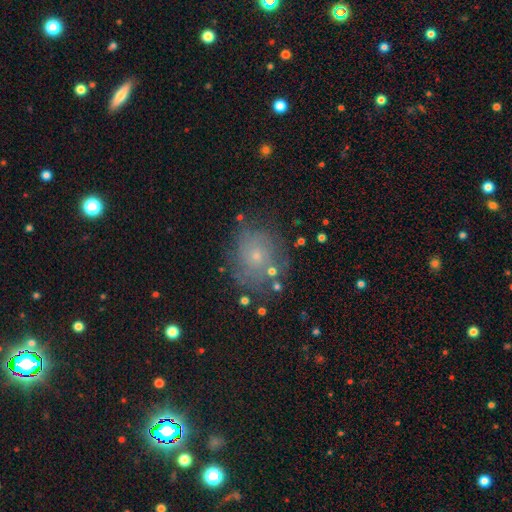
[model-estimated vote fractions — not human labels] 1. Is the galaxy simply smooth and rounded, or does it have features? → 51% smooth, 31% featured or disk, 18% star or artifact.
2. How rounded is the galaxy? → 66% round, 33% in between, 1% cigar-shaped.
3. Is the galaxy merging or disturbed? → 70% none, 18% minor disturbance, 8% major disturbance, 4% merger.